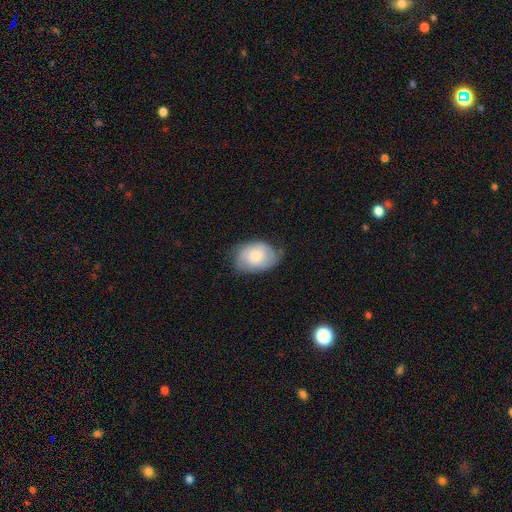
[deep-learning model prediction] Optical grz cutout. It shows a smooth galaxy with no disk features (67%) that is in between round and cigar-shaped (81%). Merging: none (64%).